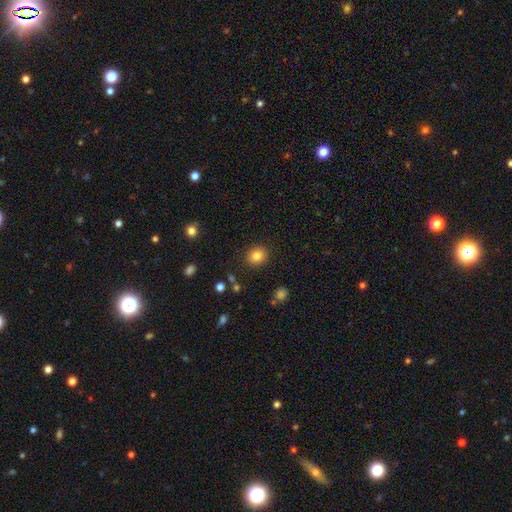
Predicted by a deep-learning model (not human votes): The model was most divided on "how rounded": round: 68%, in between: 31%, cigar-shaped: 1%. More confident: merging — none (88%); smooth or featured — smooth (82%).